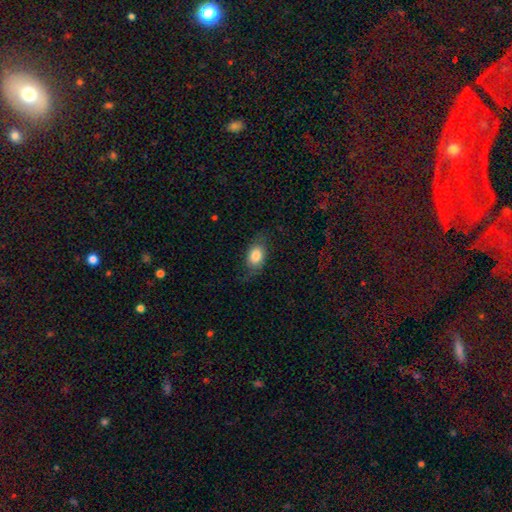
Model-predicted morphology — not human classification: type=smooth (74%); roundness=in between (82%); merging=none (67%).